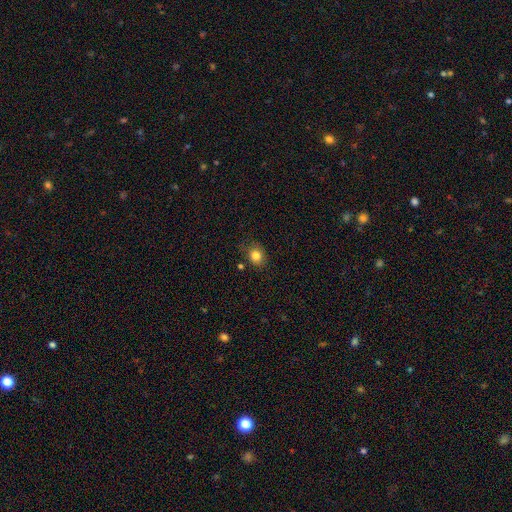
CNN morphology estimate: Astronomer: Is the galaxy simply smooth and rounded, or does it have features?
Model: smooth — 83%.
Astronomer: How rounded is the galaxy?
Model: round — 63%.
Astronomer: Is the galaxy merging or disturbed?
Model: none — 79%.